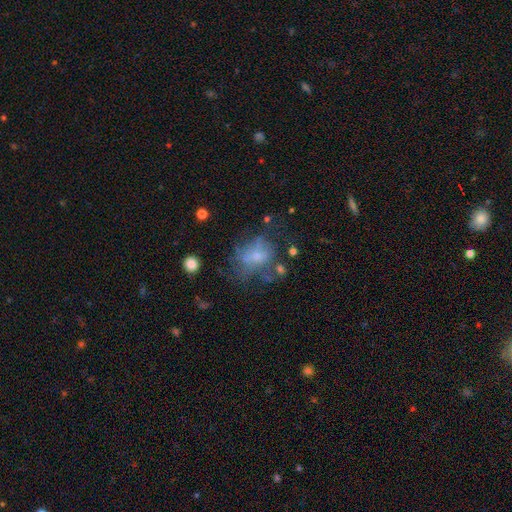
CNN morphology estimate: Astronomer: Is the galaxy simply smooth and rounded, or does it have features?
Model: smooth — 44% (runner-up: featured or disk, 42%).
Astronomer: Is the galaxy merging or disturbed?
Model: none — 37% (runner-up: major disturbance, 33%).